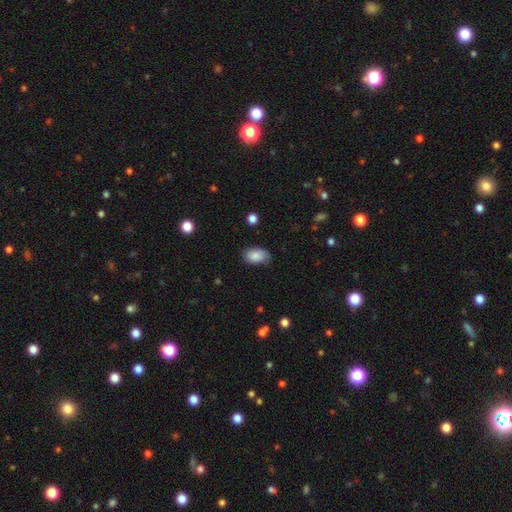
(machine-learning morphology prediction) A smooth galaxy with no disk features (85%) that is in between round and cigar-shaped (90%).

Vote fractions:
- Smooth or featured? smooth: 85% / featured or disk: 8% / star or artifact: 7%
- How rounded? in between: 90% / round: 9% / cigar-shaped: 1%
- Merging? none: 75% / minor disturbance: 21% / major disturbance: 4% / merger: 1%